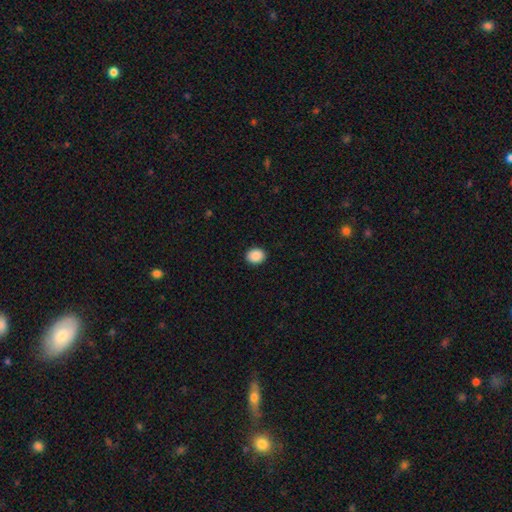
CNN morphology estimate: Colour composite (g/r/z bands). It shows a smooth galaxy with no disk features (90%) that is round (58%). Merging: none (91%).